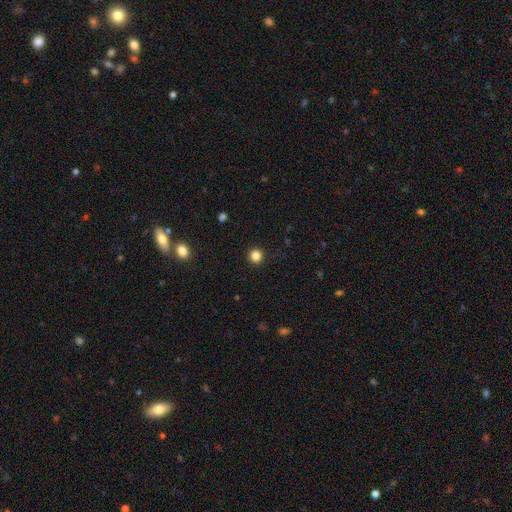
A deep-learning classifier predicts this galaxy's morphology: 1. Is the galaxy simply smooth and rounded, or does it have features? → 84% smooth, 12% star or artifact, 4% featured or disk.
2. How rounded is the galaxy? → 94% round, 5% in between, 1% cigar-shaped.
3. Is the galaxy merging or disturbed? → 93% none, 5% minor disturbance, 2% major disturbance, 1% merger.